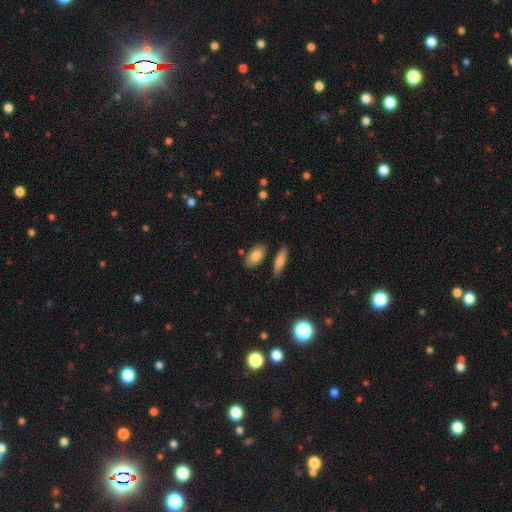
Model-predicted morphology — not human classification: Smooth or featured? Predicted: smooth (p=0.80). How rounded? Predicted: in between (p=0.89). Merging? Predicted: none (p=0.78).